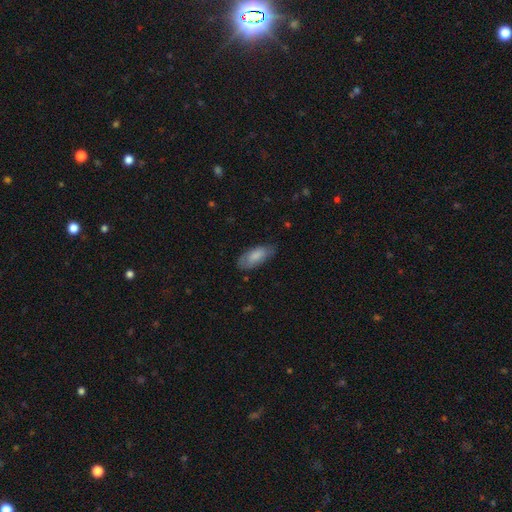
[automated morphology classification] Smooth or featured? smooth (80%)
How rounded? in between (86%)
Merging? none (74%)